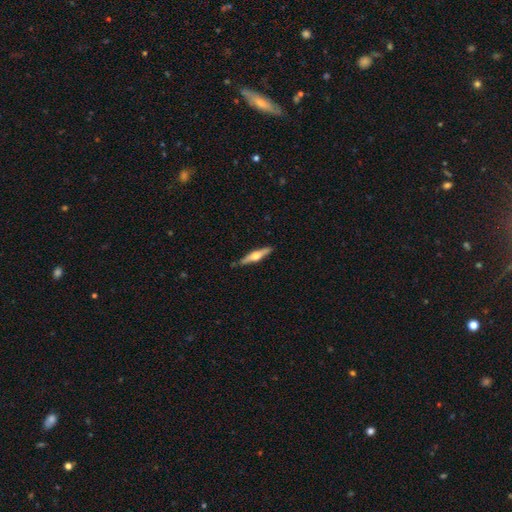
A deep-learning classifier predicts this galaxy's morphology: The model was most divided on "smooth or featured": featured or disk: 64%, smooth: 31%, star or artifact: 5%. More confident: edge-on disk — yes (96%); edge-on bulge — rounded (93%); merging — none (87%).